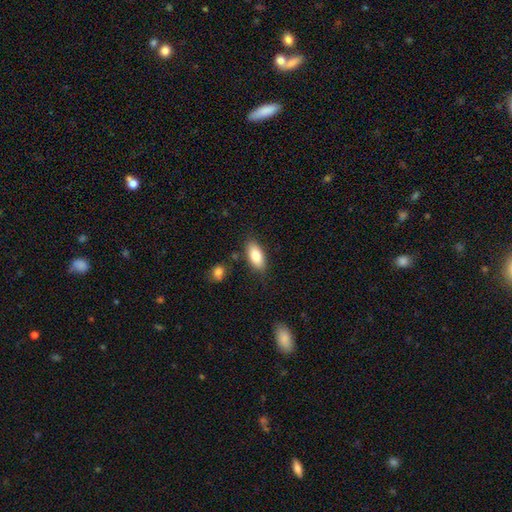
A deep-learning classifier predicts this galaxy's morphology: A smooth galaxy with no disk features (83%) that is in between round and cigar-shaped (89%).

Vote fractions:
- Smooth or featured? smooth: 83% / featured or disk: 10% / star or artifact: 6%
- How rounded? in between: 89% / cigar-shaped: 9% / round: 3%
- Merging? none: 82% / minor disturbance: 12% / merger: 3% / major disturbance: 3%